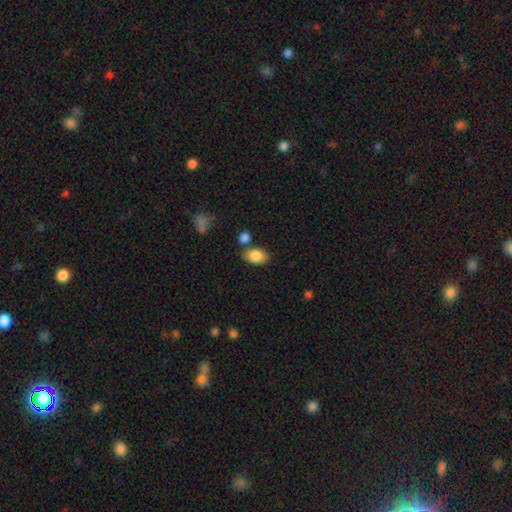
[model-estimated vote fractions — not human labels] Morphology: type=smooth (85%); roundness=in between (86%); merging=none (72%).